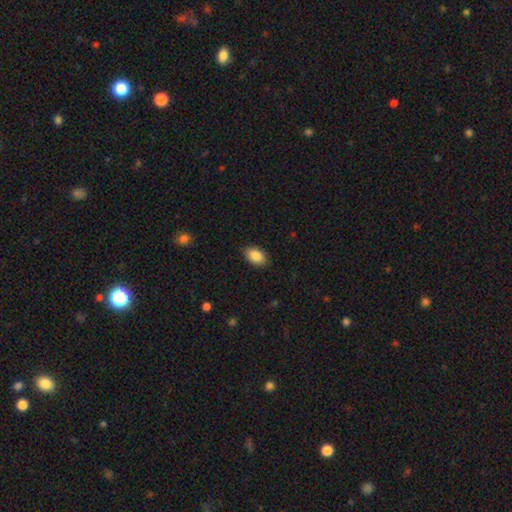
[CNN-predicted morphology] smooth-or-featured: smooth: 87% | star or artifact: 7% | featured or disk: 6%
  how-rounded: in between: 89% | round: 10% | cigar-shaped: 1%
  merging: none: 87% | minor disturbance: 10% | major disturbance: 2% | merger: 1%